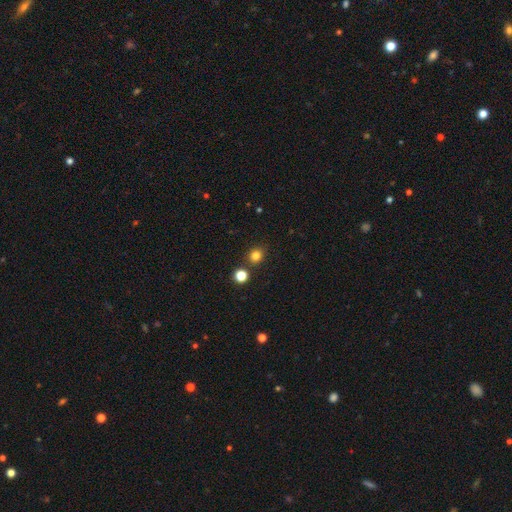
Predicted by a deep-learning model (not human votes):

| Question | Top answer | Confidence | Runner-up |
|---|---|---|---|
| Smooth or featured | smooth | 80% | star or artifact (15%) |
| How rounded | round | 78% | in between (21%) |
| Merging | none | 82% | minor disturbance (8%) |